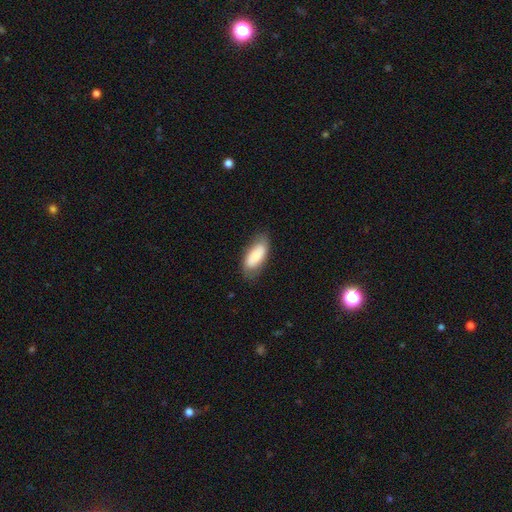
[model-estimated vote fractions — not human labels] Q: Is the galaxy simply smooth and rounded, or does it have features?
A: smooth — 78%.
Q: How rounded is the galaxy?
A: in between — 86%.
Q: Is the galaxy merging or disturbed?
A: none — 75%.